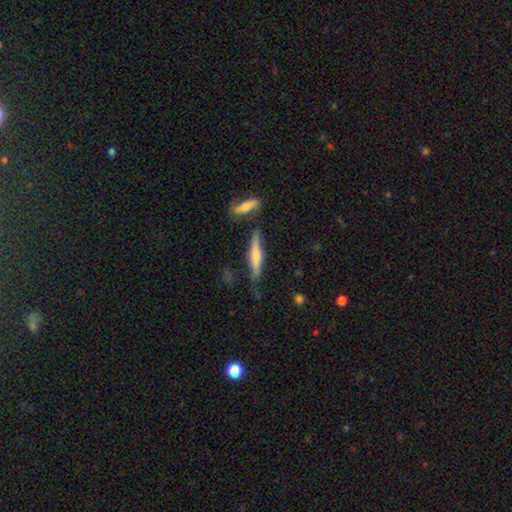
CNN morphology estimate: This is possibly a featured or disk galaxy (50%). Merging: likely none (63%).